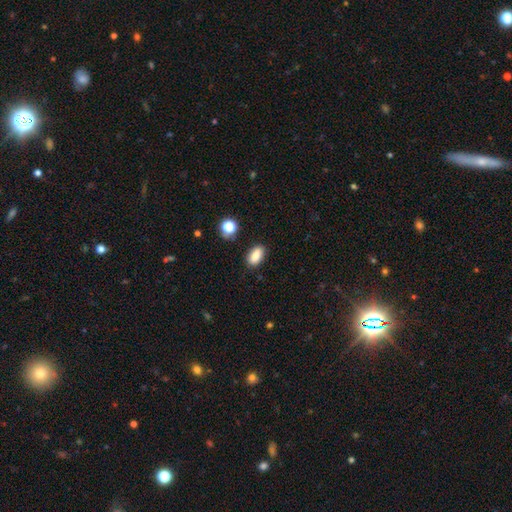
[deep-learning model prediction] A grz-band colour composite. It shows a smooth galaxy with no disk features (86%) that is in between round and cigar-shaped (88%). Merging: none (84%).